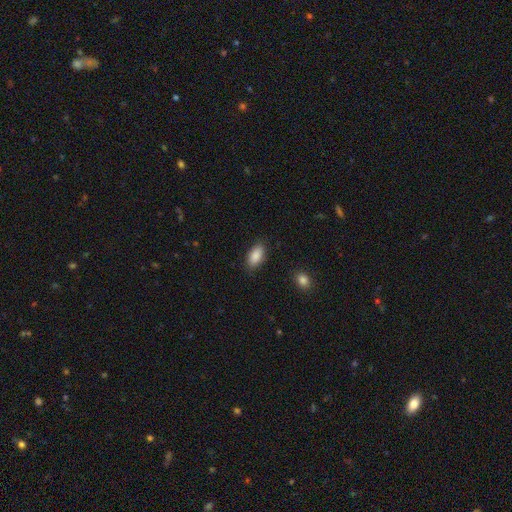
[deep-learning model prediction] Overall: smooth (88%). How rounded: in between (92%). Merging: none (86%).